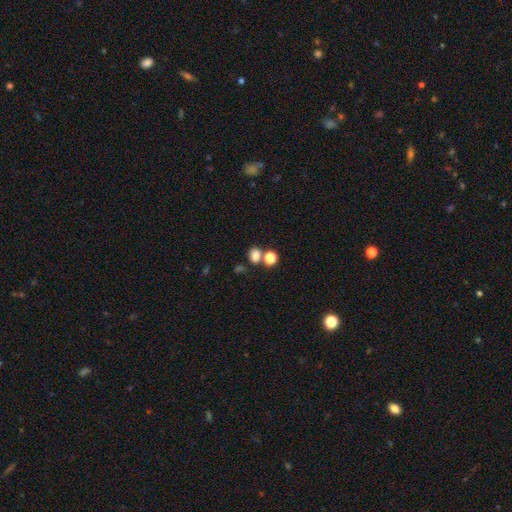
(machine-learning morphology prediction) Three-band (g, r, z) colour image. It shows a smooth galaxy with no disk features (78%) that is in between round and cigar-shaped (51%). Merging: none (55%).